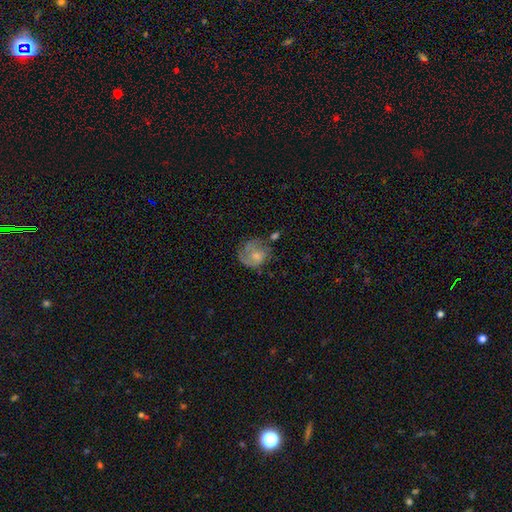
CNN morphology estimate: Smooth or featured? Predicted: featured or disk (p=0.59). Edge-on disk? Predicted: no (p=0.98). Bar? Predicted: no (p=0.69). Spiral arms? Predicted: yes (p=0.80). Bulge size? Predicted: small (p=0.44). Merging? Predicted: none (p=0.50).